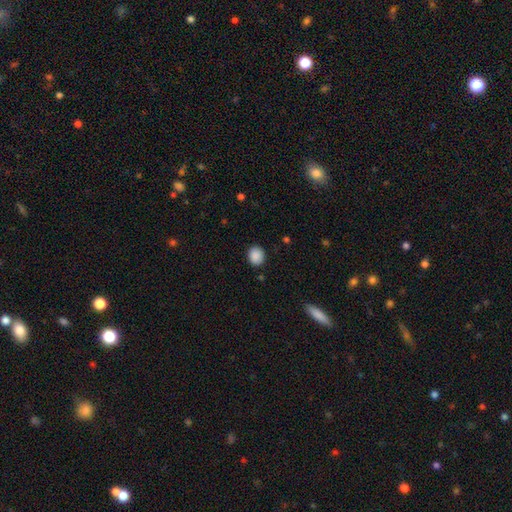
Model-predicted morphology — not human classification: A smooth galaxy with no disk features (89%) that is round (65%).

Vote fractions:
- Smooth or featured? smooth: 89% / star or artifact: 8% / featured or disk: 3%
- How rounded? round: 65% / in between: 34% / cigar-shaped: 1%
- Merging? none: 88% / minor disturbance: 9% / major disturbance: 2% / merger: 1%